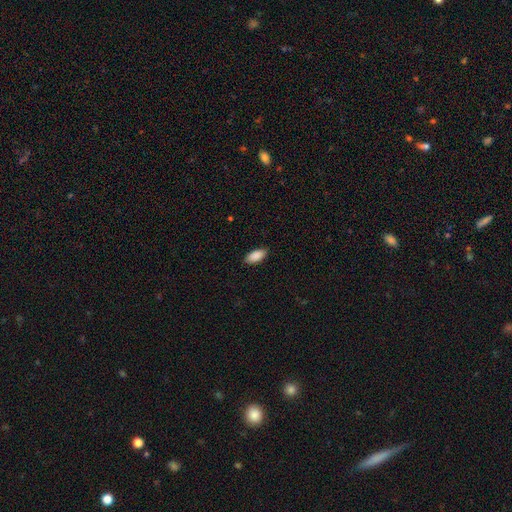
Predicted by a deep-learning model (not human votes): Q: Smooth or featured?
A: smooth (90%); runner-up: star or artifact (6%)
Q: How rounded?
A: in between (89%); runner-up: cigar-shaped (9%)
Q: Merging?
A: none (88%); runner-up: minor disturbance (9%)